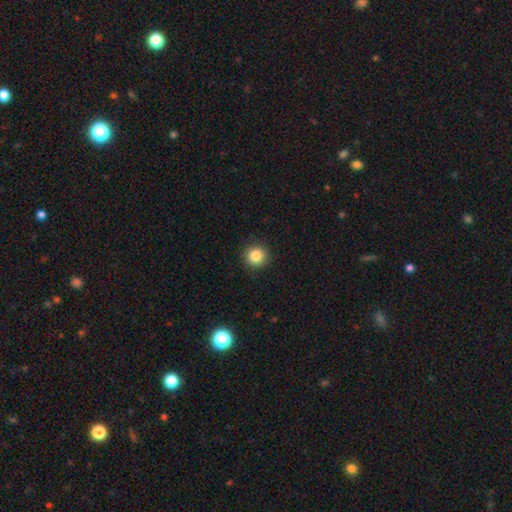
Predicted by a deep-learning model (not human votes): This is clearly a smooth galaxy (84%). How rounded: clearly round (94%). Merging: clearly none (92%).